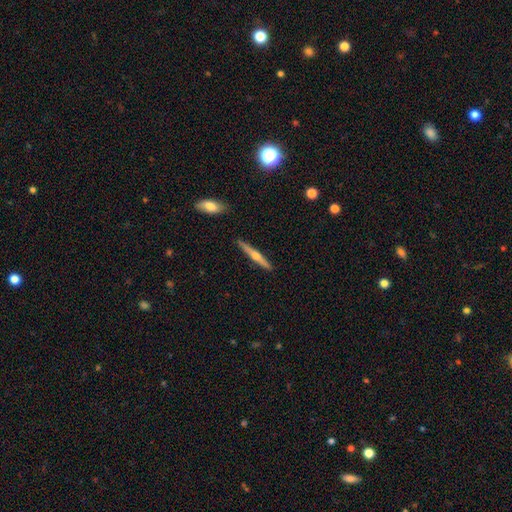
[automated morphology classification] type=featured or disk (62%); edge-on=yes (97%); edge-on bulge=rounded (90%); merging=none (90%).